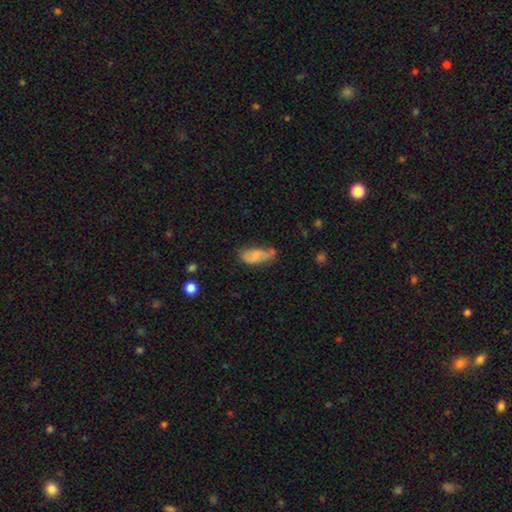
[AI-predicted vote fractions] smooth-or-featured: smooth: 69% | featured or disk: 22% | star or artifact: 8%
  how-rounded: in between: 80% | cigar-shaped: 17% | round: 3%
  merging: none: 48% | minor disturbance: 34% | major disturbance: 12% | merger: 6%